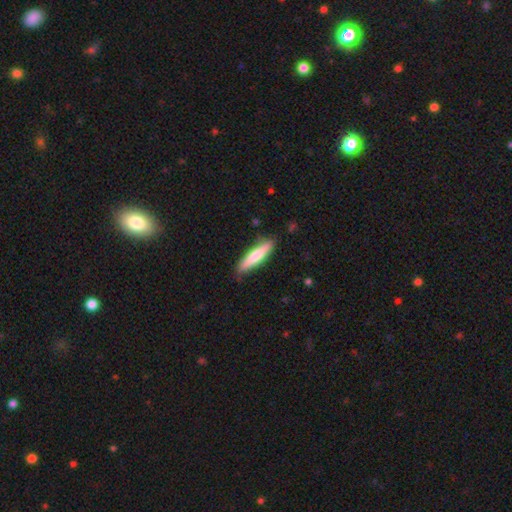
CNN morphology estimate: This appears to be a smooth galaxy with no disk features (70%) that is cigar-shaped (81%). Merging: none (81%).